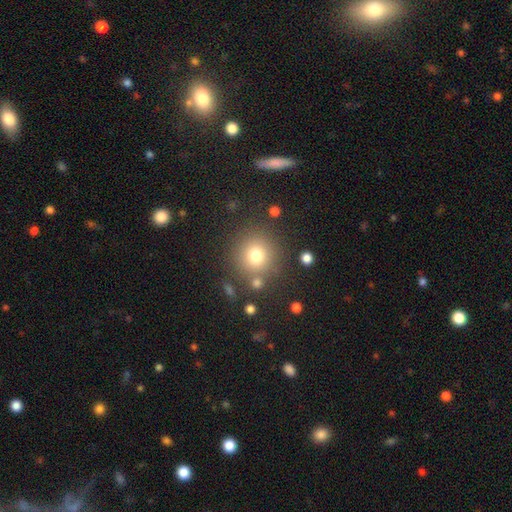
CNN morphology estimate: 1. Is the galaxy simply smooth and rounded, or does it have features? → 76% smooth, 14% star or artifact, 10% featured or disk.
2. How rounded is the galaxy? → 92% round, 7% in between, 1% cigar-shaped.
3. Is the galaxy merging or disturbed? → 81% none, 9% minor disturbance, 6% merger, 4% major disturbance.